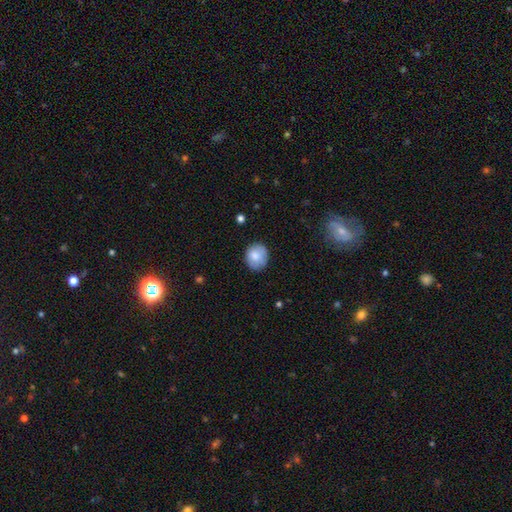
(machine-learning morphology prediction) Smooth or featured? Predicted: smooth (p=0.81). How rounded? Predicted: round (p=0.71). Merging? Predicted: none (p=0.81).